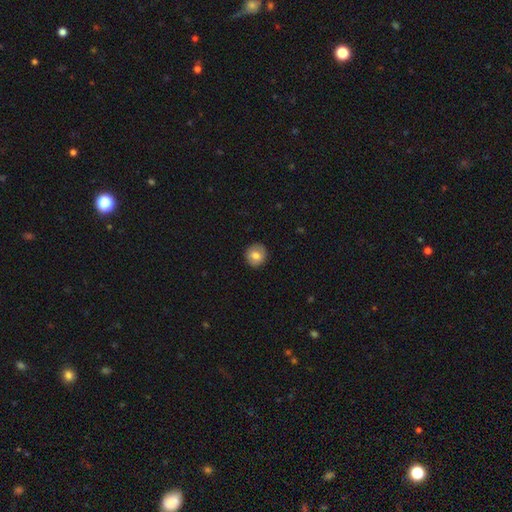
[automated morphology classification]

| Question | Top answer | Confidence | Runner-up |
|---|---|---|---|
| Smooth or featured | smooth | 73% | featured or disk (19%) |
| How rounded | round | 87% | in between (12%) |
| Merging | none | 86% | minor disturbance (10%) |